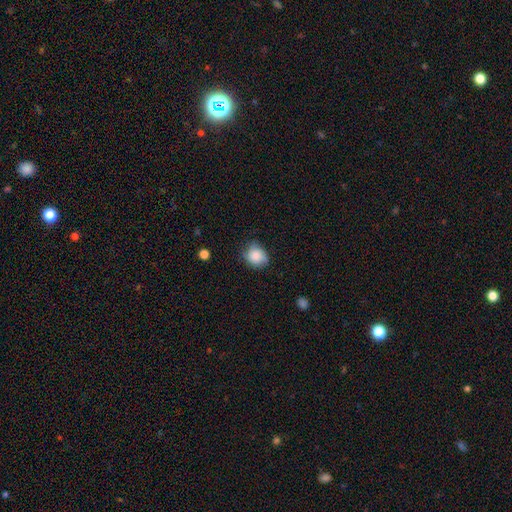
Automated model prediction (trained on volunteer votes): smooth_or_featured: smooth (p=0.85) [alt: star or artifact p=0.08]
how_rounded: round (p=0.64) [alt: in between p=0.35]
merging: none (p=0.63) [alt: minor disturbance p=0.29]